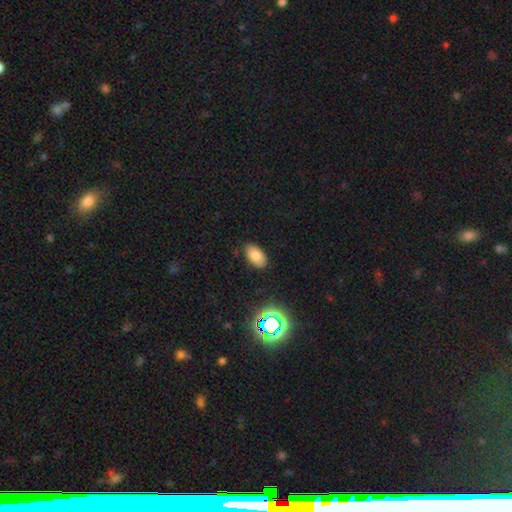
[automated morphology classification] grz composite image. It shows a smooth galaxy with no disk features (79%) that is in between round and cigar-shaped (94%). Merging: none (85%).